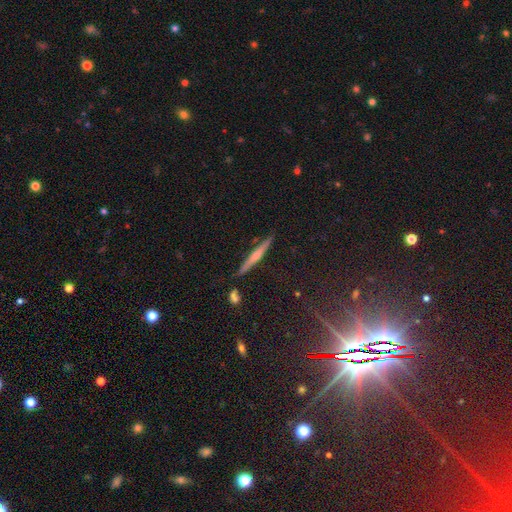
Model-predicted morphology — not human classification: Smooth or featured? featured or disk (57%)
Edge-on disk? yes (97%)
Edge-on bulge? rounded (64%)
Merging? none (87%)